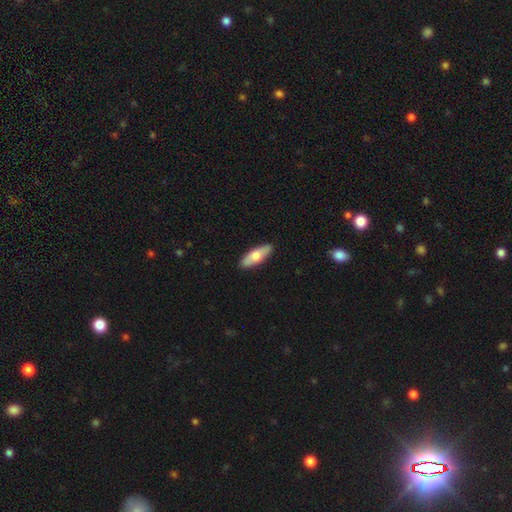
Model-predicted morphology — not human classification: The model was most divided on "how rounded": in between: 60%, cigar-shaped: 38%, round: 2%. More confident: merging — none (89%); smooth or featured — smooth (64%).